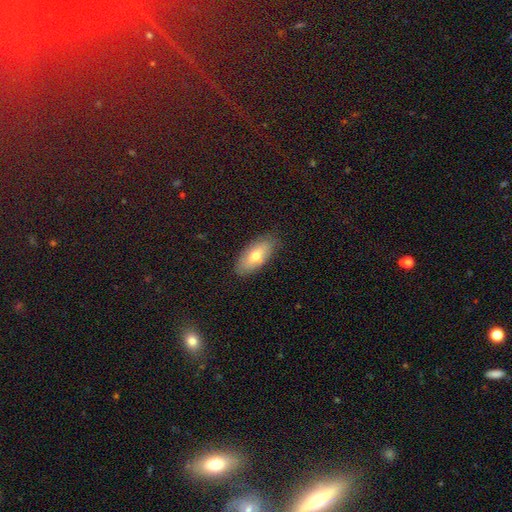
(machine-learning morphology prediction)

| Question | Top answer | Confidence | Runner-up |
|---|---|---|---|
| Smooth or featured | smooth | 66% | featured or disk (27%) |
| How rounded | in between | 85% | cigar-shaped (12%) |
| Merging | none | 82% | minor disturbance (13%) |